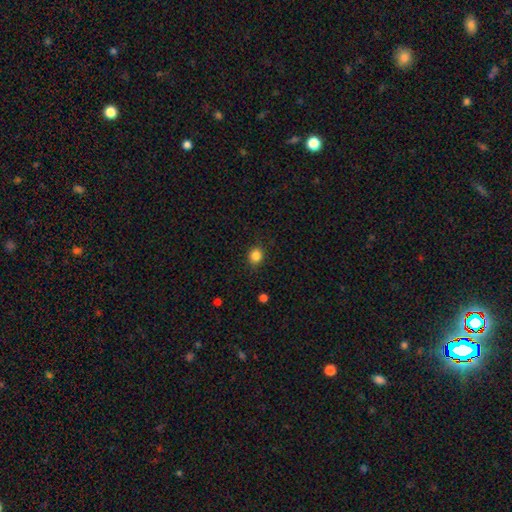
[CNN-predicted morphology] smooth 85%, star or artifact 11%, featured or disk 4%. Down the decision tree: how rounded — round (81%); merging — none (88%).